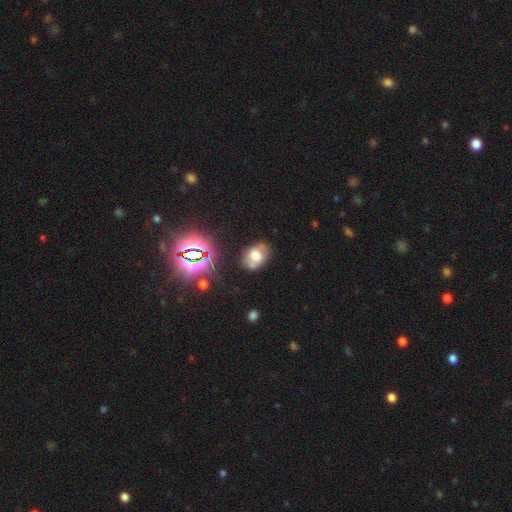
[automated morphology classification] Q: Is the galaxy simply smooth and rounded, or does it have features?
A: smooth — 58%.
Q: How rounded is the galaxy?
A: in between — 74%.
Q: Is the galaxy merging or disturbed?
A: none — 67%.